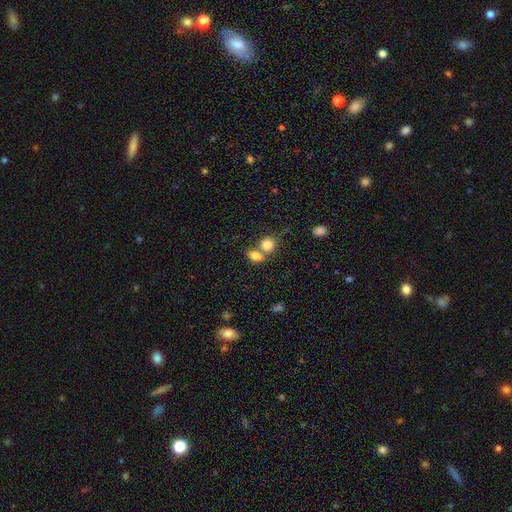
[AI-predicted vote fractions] Morphology: type=smooth (80%); roundness=in between (58%); merging=merger (54%).